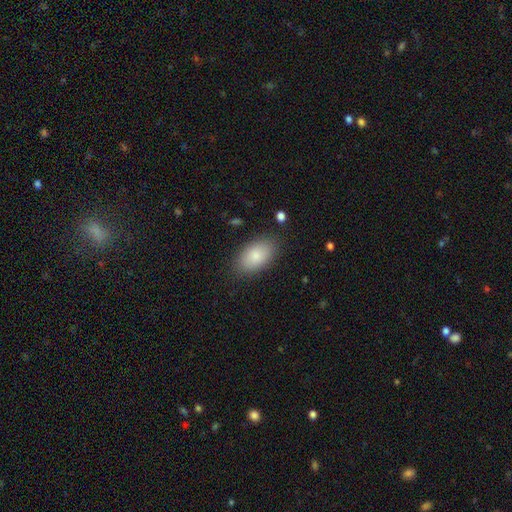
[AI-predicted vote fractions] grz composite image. It shows a smooth galaxy with no disk features (84%) that is in between round and cigar-shaped (93%). Merging: none (84%).